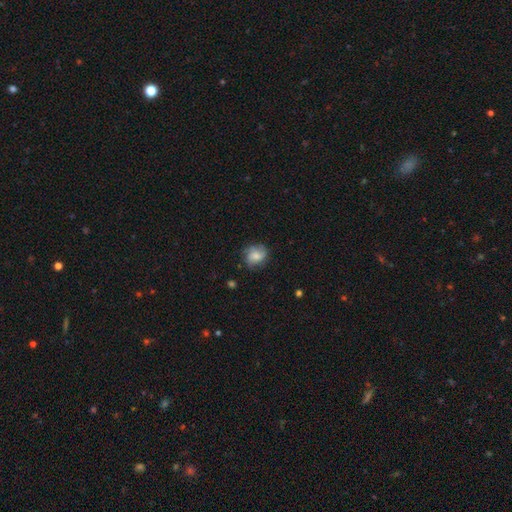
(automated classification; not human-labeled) The model was most divided on "smooth or featured": smooth: 51%, featured or disk: 40%, star or artifact: 9%. More confident: merging — none (68%); how rounded — round (65%).